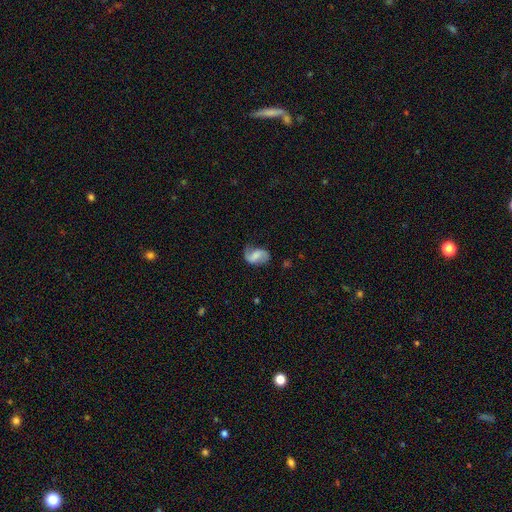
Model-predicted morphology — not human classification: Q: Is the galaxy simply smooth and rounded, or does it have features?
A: featured or disk — 65%.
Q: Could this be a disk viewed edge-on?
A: no — 97%.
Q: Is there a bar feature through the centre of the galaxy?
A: weak — 45%.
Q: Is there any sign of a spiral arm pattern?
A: yes — 91%.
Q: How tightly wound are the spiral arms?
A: loose — 55%.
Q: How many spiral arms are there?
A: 2 — 78%.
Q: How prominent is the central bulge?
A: none — 40%.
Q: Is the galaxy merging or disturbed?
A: none — 60%.